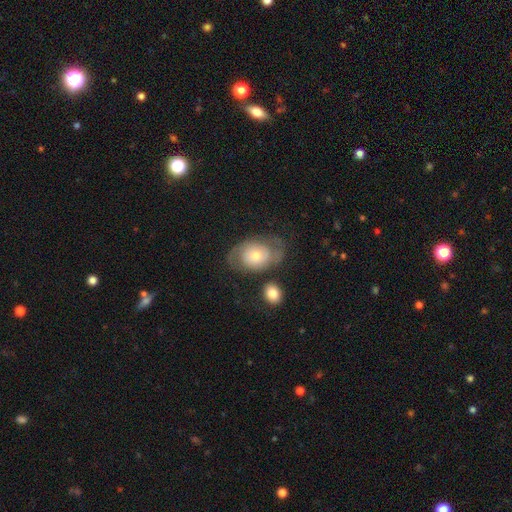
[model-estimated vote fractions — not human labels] This appears to be a featured or disk galaxy (67%) with no bar (78%), 2 (73%) tight (42%) spiral arms (81%) and a moderate central bulge (50%). Merging: none (63%).